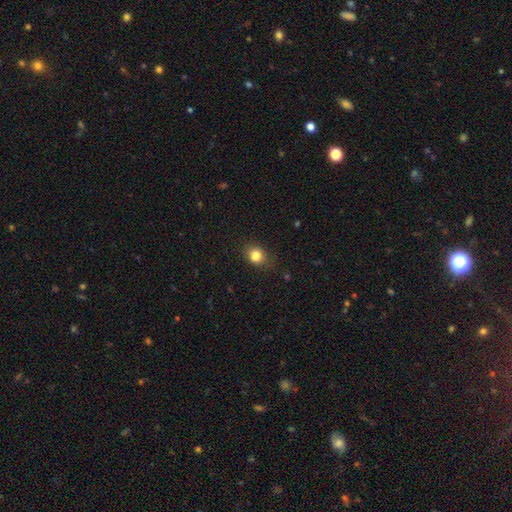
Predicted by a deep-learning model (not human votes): Smooth or featured?
  - smooth: 83% *
  - star or artifact: 11%
  - featured or disk: 6%
How rounded?
  - round: 61% *
  - in between: 38%
  - cigar-shaped: 1%
Merging?
  - none: 78% *
  - minor disturbance: 16%
  - major disturbance: 4%
  - merger: 1%